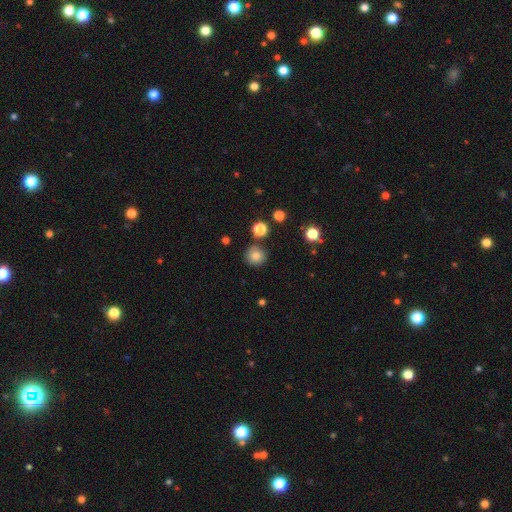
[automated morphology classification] smooth-or-featured: smooth: 83% | star or artifact: 11% | featured or disk: 5%
  how-rounded: round: 93% | in between: 6% | cigar-shaped: 1%
  merging: none: 85% | minor disturbance: 9% | merger: 4% | major disturbance: 2%